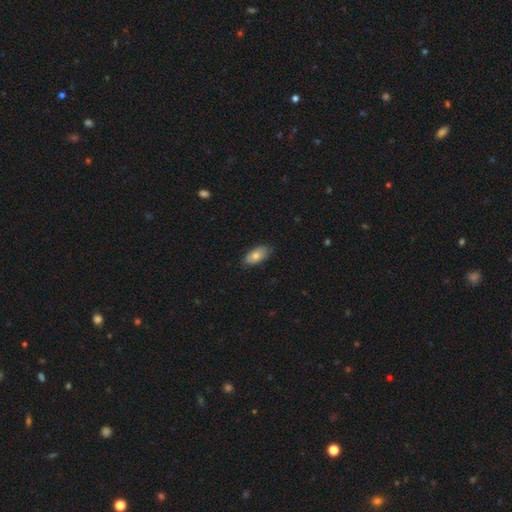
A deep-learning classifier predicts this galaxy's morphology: A smooth galaxy with no disk features (78%) that is in between round and cigar-shaped (91%). Merging: none (80%).